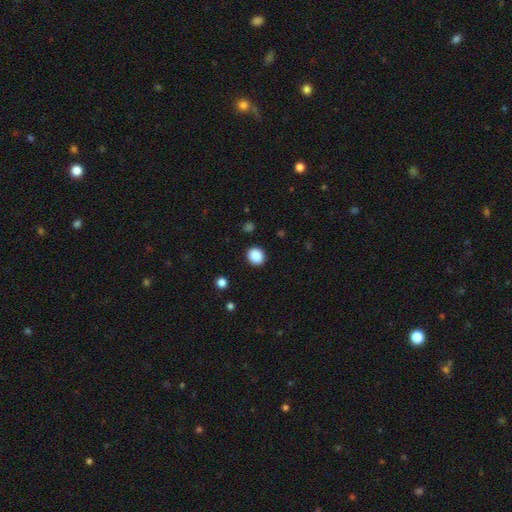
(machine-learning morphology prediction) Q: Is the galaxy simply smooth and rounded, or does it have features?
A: smooth — 89%.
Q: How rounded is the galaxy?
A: round — 67%.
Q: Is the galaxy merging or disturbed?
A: none — 90%.